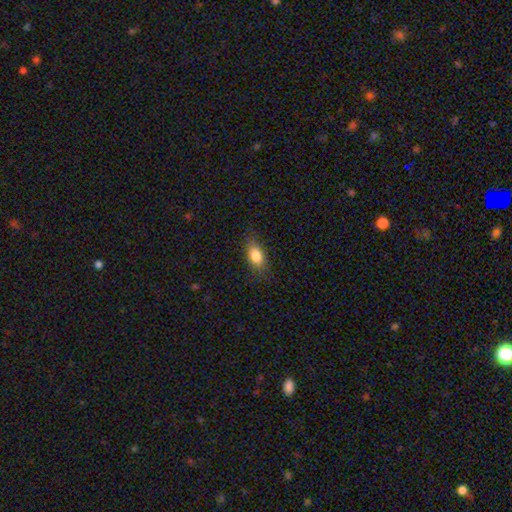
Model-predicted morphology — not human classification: This is clearly a smooth galaxy (83%). How rounded: clearly in between (83%). Merging: likely none (79%).